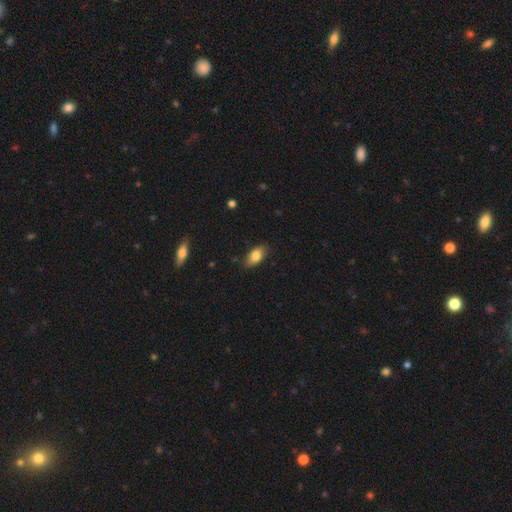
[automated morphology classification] Smooth or featured?
  - smooth: 82% *
  - featured or disk: 11%
  - star or artifact: 7%
How rounded?
  - in between: 90% *
  - round: 5%
  - cigar-shaped: 5%
Merging?
  - none: 83% *
  - minor disturbance: 13%
  - major disturbance: 2%
  - merger: 1%